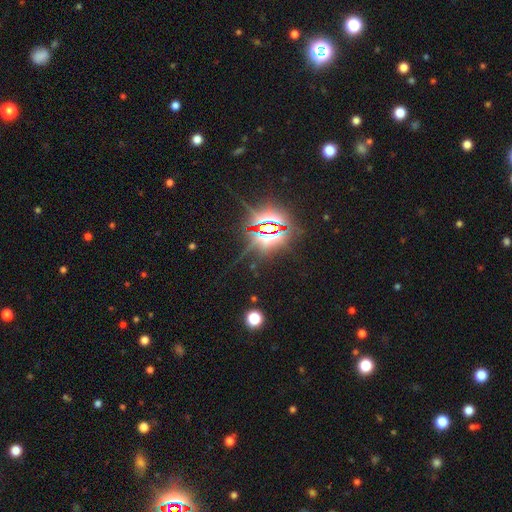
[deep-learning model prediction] A star or artifact, not a galaxy (84%).

Vote fractions:
- Smooth or featured? star or artifact: 84% / smooth: 9% / featured or disk: 6%